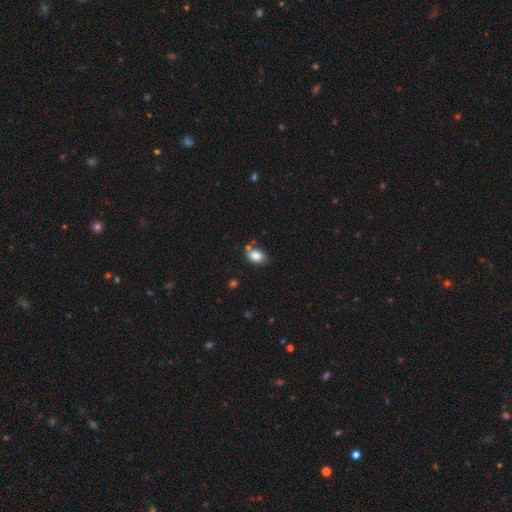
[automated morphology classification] Smooth or featured: smooth — 84% (star or artifact — 9%)
How rounded: in between — 79% (round — 20%)
Merging: none — 70% (minor disturbance — 16%)